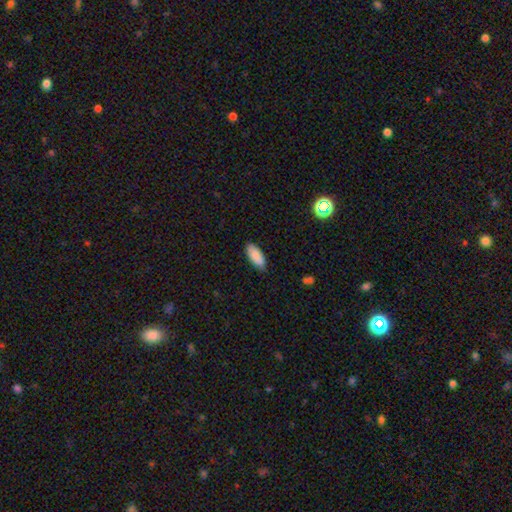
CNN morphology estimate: The model was most divided on "merging": none: 84%, minor disturbance: 13%, major disturbance: 2%, merger: 1%. More confident: how rounded — in between (87%); smooth or featured — smooth (86%).